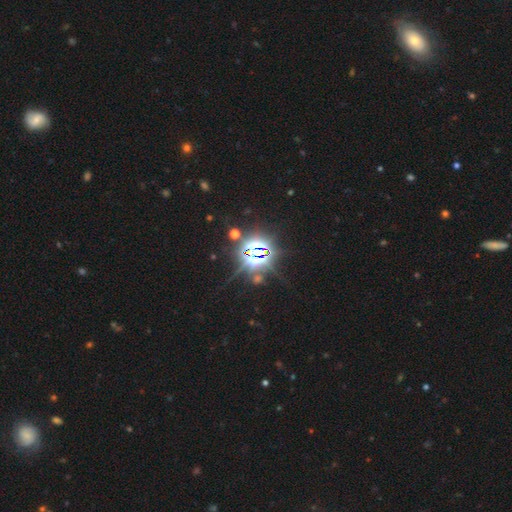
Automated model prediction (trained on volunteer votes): A star or artifact, not a galaxy (85%).

Vote fractions:
- Smooth or featured? star or artifact: 85% / smooth: 8% / featured or disk: 7%